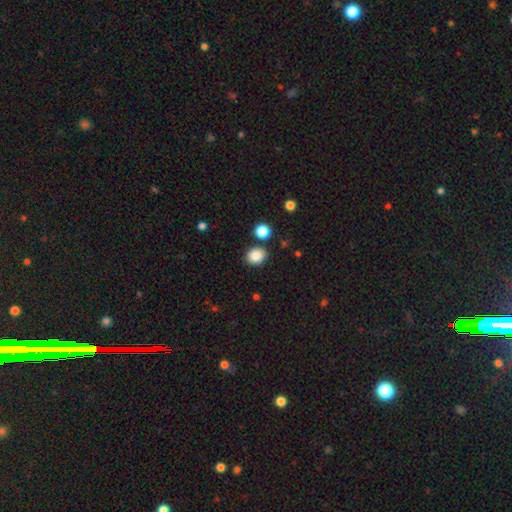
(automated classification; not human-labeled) Morphology: type=smooth (86%); roundness=round (61%); merging=none (84%).